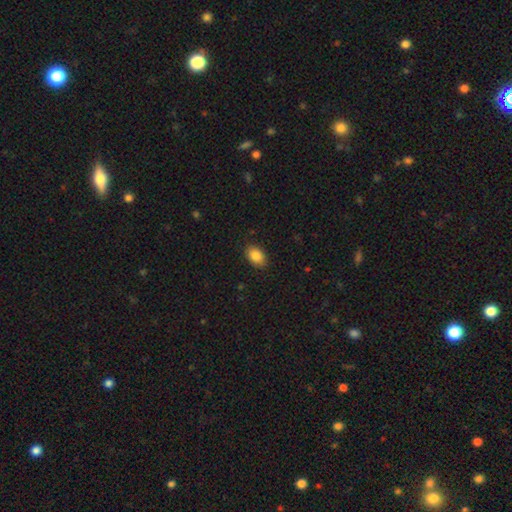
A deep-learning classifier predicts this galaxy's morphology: Smooth or featured: smooth — 87% (star or artifact — 8%)
How rounded: in between — 86% (round — 13%)
Merging: none — 86% (minor disturbance — 10%)